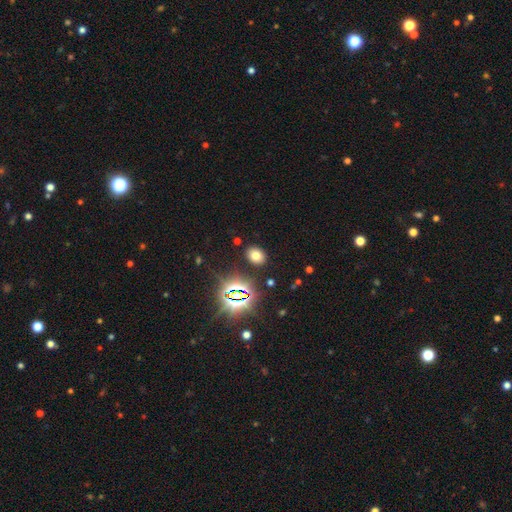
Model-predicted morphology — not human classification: The model was most divided on "how rounded": in between: 66%, round: 33%, cigar-shaped: 1%. More confident: merging — none (87%); smooth or featured — smooth (66%).